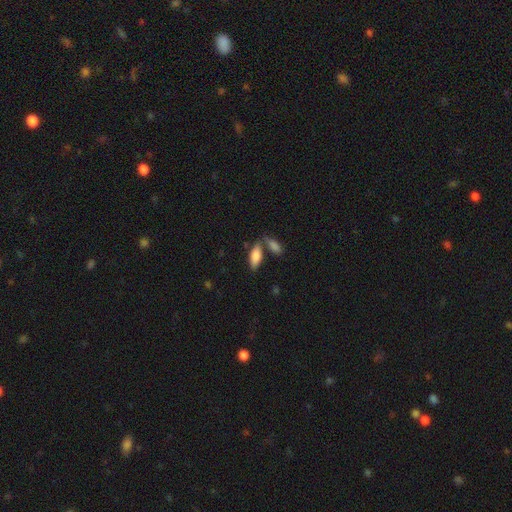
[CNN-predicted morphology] smooth_or_featured: smooth (p=0.81) [alt: featured or disk p=0.12]
how_rounded: in between (p=0.77) [alt: cigar-shaped p=0.21]
merging: none (p=0.57) [alt: merger p=0.26]